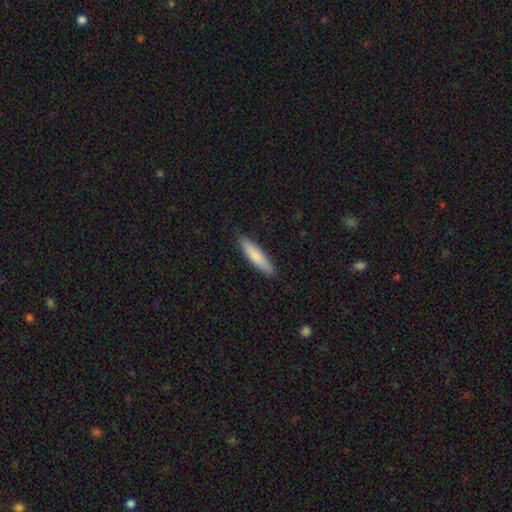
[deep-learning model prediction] smooth-or-featured: smooth: 80% | featured or disk: 15% | star or artifact: 5%
  how-rounded: cigar-shaped: 81% | in between: 18% | round: 1%
  merging: none: 90% | minor disturbance: 8% | major disturbance: 2% | merger: 1%